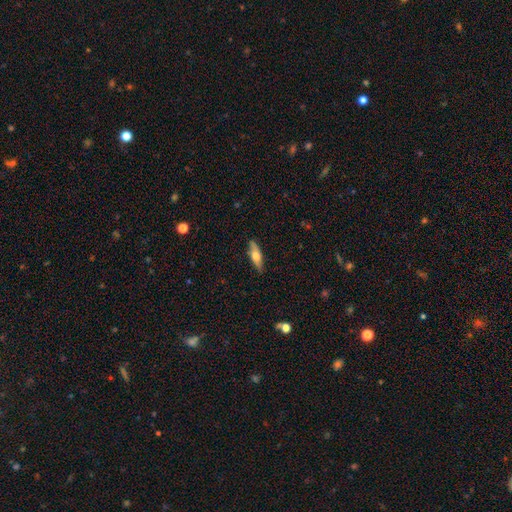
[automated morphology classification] Q: Smooth or featured?
A: smooth (52%); runner-up: featured or disk (41%)
Q: How rounded?
A: cigar-shaped (57%); runner-up: in between (40%)
Q: Merging?
A: none (85%); runner-up: minor disturbance (11%)